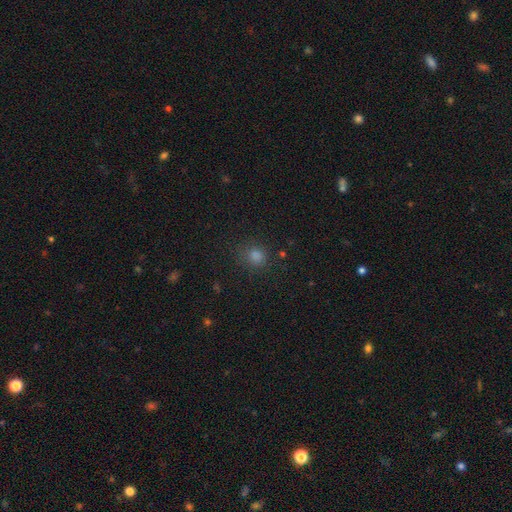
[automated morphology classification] Smooth or featured? smooth (75%)
How rounded? round (82%)
Merging? none (83%)